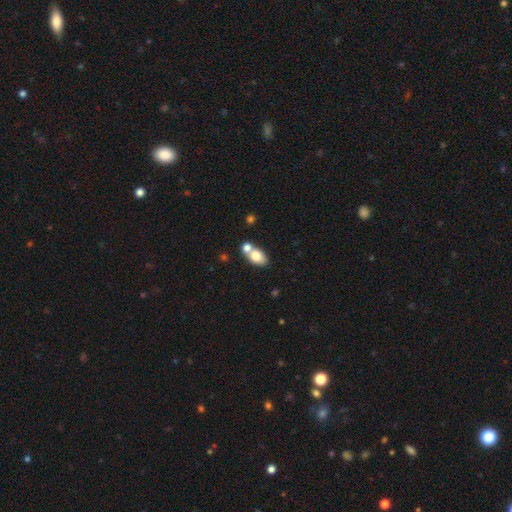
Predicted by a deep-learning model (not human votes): smooth 75%, featured or disk 17%, star or artifact 8%. Down the decision tree: how rounded — in between (81%); merging — merger (48%).